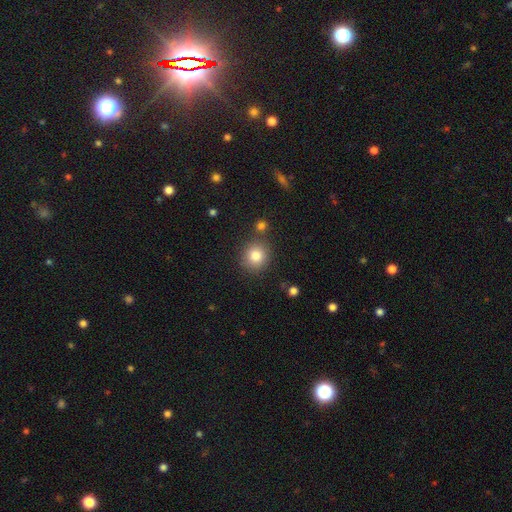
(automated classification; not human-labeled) This is clearly a smooth galaxy (82%). How rounded: clearly round (88%). Merging: likely none (80%).